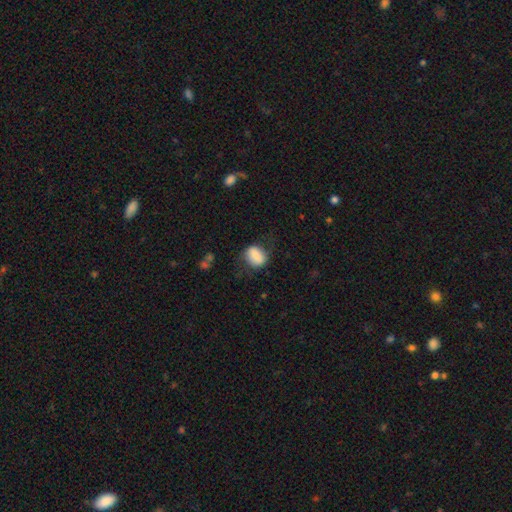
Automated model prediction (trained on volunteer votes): This appears to be a smooth galaxy with no disk features (78%) that is in between round and cigar-shaped (57%). Merging: none (62%).